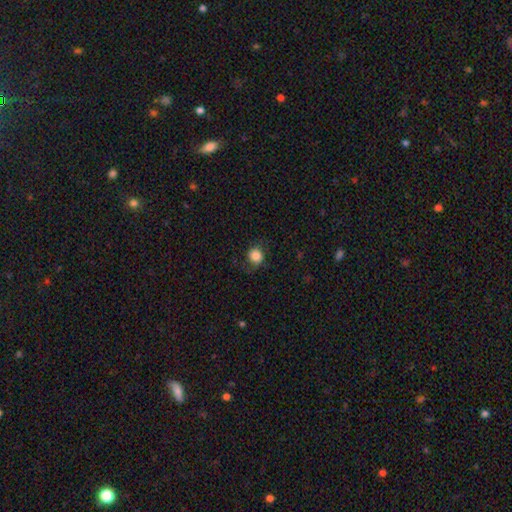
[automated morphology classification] Smooth or featured: smooth — 83% (star or artifact — 9%)
How rounded: round — 82% (in between — 17%)
Merging: none — 74% (minor disturbance — 17%)